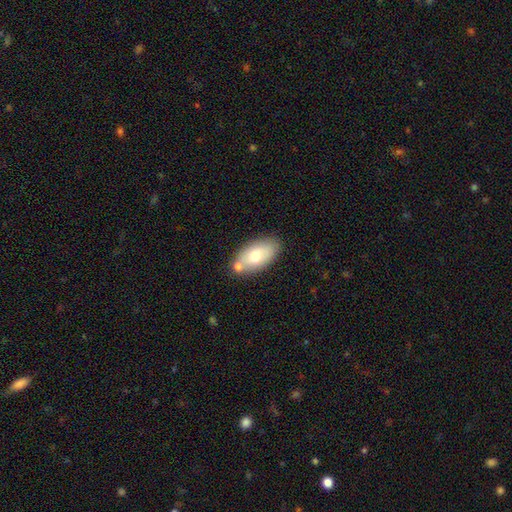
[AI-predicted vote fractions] Smooth or featured? Predicted: smooth (p=0.69). How rounded? Predicted: in between (p=0.92). Merging? Predicted: none (p=0.65).